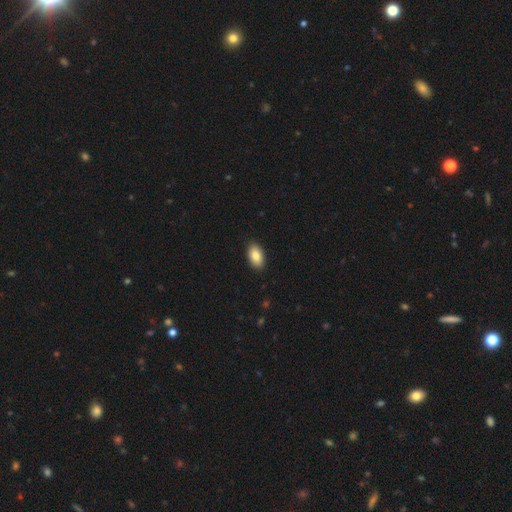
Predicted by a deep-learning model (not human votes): Smooth or featured?
  - smooth: 86% *
  - featured or disk: 8%
  - star or artifact: 7%
How rounded?
  - in between: 93% *
  - round: 5%
  - cigar-shaped: 2%
Merging?
  - none: 89% *
  - minor disturbance: 8%
  - major disturbance: 2%
  - merger: 1%